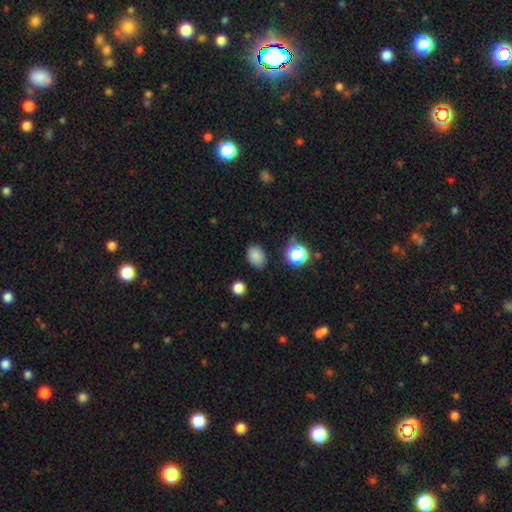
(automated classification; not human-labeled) smooth-or-featured: smooth: 82% | star or artifact: 13% | featured or disk: 4%
  how-rounded: in between: 71% | round: 28% | cigar-shaped: 1%
  merging: none: 80% | minor disturbance: 14% | major disturbance: 4% | merger: 2%